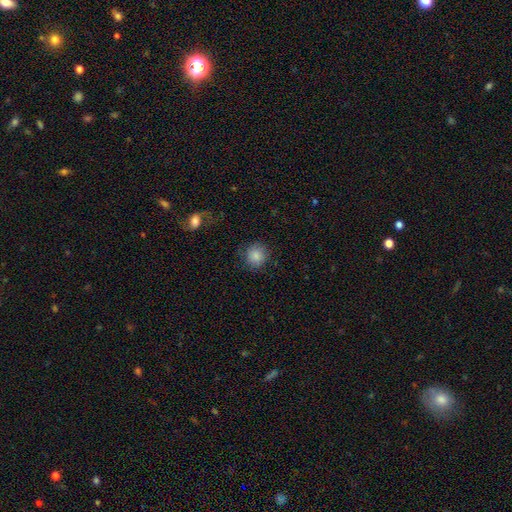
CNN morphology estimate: smooth 85%, star or artifact 9%, featured or disk 6%. Down the decision tree: how rounded — round (88%); merging — none (82%).